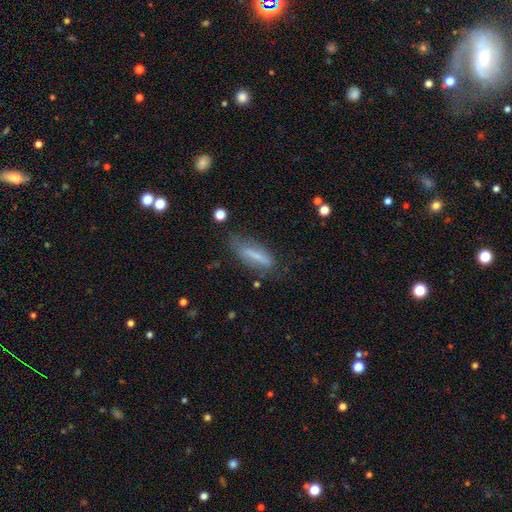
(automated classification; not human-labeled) A smooth galaxy with no disk features (56%) that is cigar-shaped (64%). Merging: none (60%).